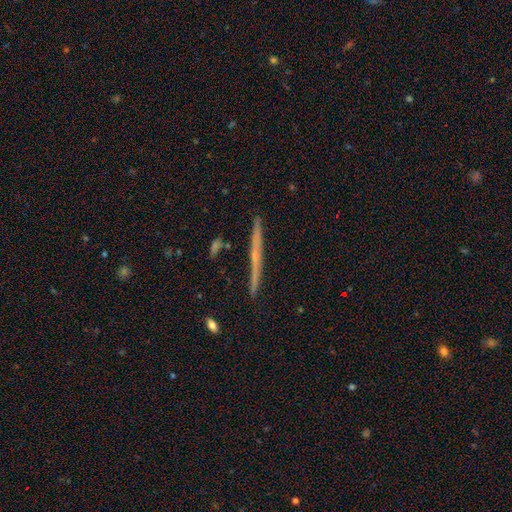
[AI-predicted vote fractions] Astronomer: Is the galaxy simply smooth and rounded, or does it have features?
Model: featured or disk — 73%.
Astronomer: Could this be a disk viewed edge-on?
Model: yes — 98%.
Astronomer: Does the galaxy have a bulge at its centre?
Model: rounded — 50% (runner-up: none, 44%).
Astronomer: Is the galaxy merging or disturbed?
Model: none — 90%.